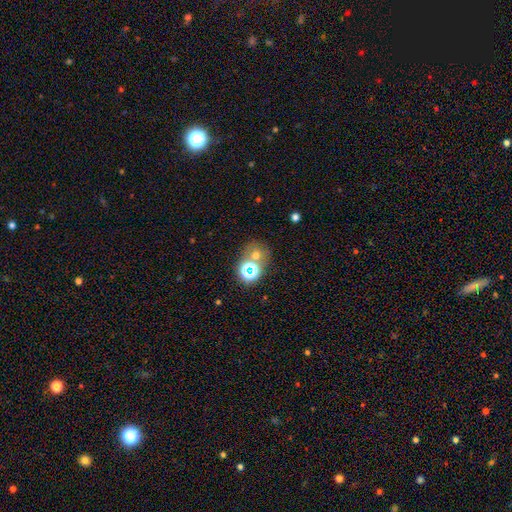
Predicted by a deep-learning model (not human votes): smooth_or_featured: smooth (p=0.51) [alt: star or artifact p=0.35]
how_rounded: round (p=0.75) [alt: in between p=0.24]
merging: none (p=0.56) [alt: merger p=0.29]